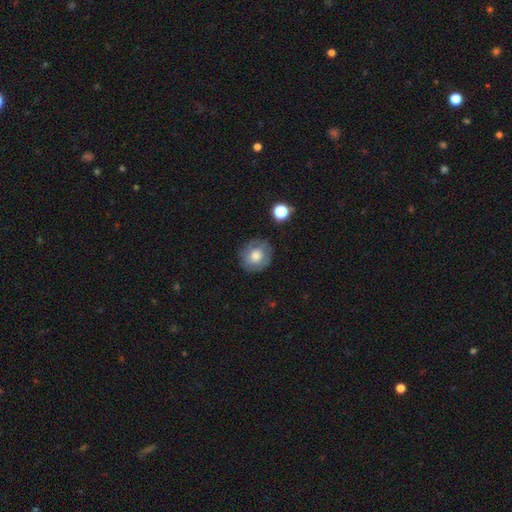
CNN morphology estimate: Smooth or featured? Predicted: smooth (p=0.62). How rounded? Predicted: round (p=0.86). Merging? Predicted: none (p=0.79).